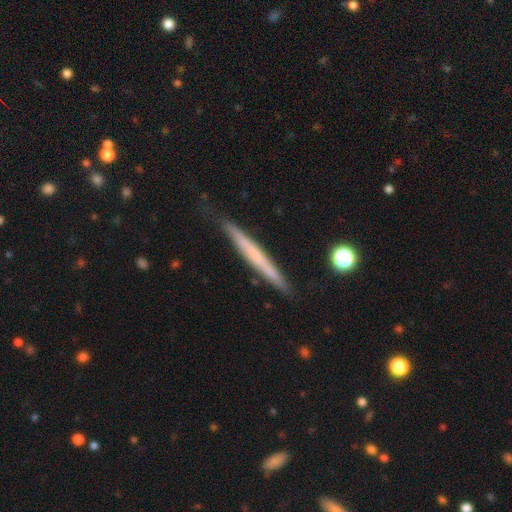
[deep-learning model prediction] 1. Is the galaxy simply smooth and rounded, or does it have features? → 48% smooth, 46% featured or disk, 6% star or artifact.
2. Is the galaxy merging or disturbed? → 83% none, 13% minor disturbance, 2% major disturbance, 2% merger.